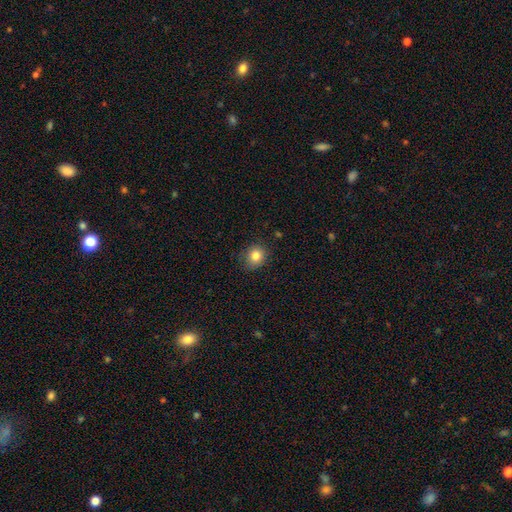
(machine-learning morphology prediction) A smooth galaxy with no disk features (83%) that is round (78%). Merging: none (84%).